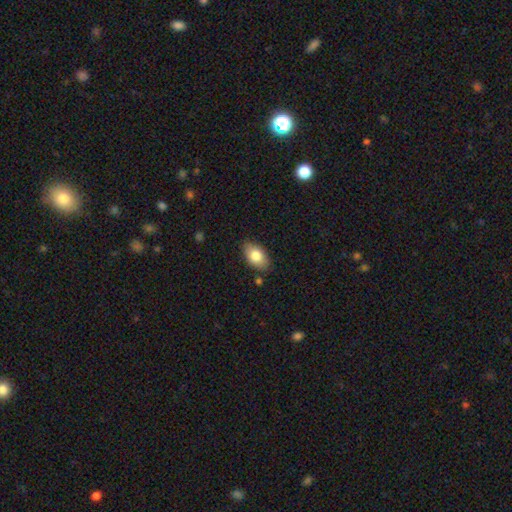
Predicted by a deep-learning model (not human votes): Morphology: type=smooth (80%); roundness=in between (90%); merging=none (82%).